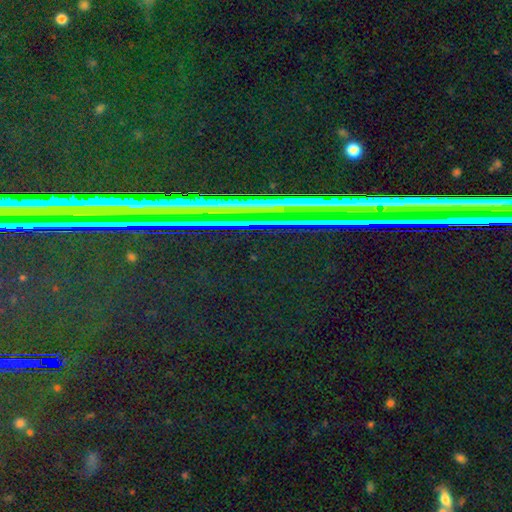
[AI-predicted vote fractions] smooth_or_featured: star or artifact (p=0.82) [alt: featured or disk p=0.10]